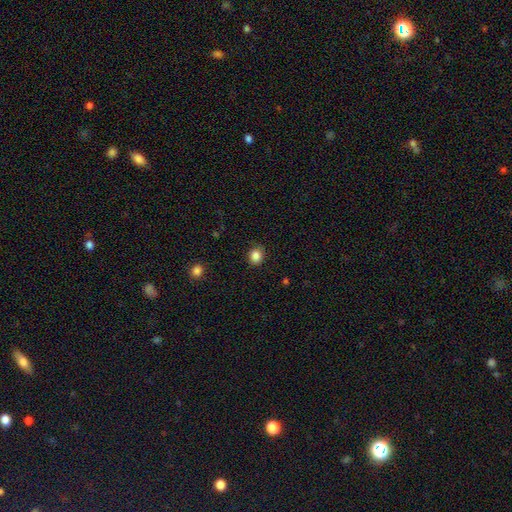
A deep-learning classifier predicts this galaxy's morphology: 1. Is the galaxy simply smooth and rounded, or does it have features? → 85% smooth, 11% star or artifact, 4% featured or disk.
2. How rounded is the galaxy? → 79% round, 20% in between, 1% cigar-shaped.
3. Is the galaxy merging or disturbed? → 86% none, 10% minor disturbance, 3% major disturbance, 1% merger.